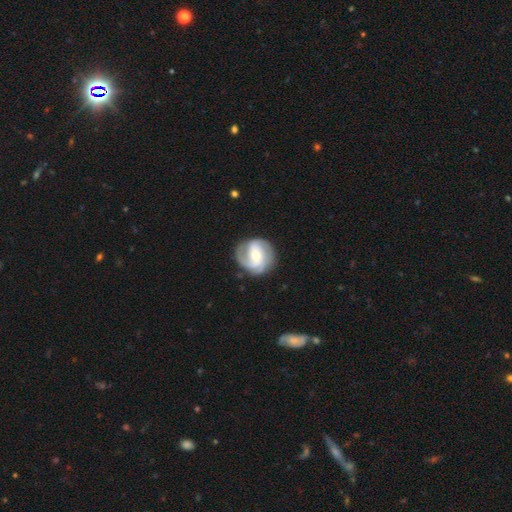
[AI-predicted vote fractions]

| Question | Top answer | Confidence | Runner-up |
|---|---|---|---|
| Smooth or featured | featured or disk | 85% | smooth (11%) |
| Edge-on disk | no | 98% | yes (2%) |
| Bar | no | 41% | weak (40%) |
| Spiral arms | yes | 96% | no (4%) |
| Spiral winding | tight | 44% | medium (42%) |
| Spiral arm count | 2 | 38% | tied: 3 (38%) |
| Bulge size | moderate | 56% | small (39%) |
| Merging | none | 78% | minor disturbance (15%) |